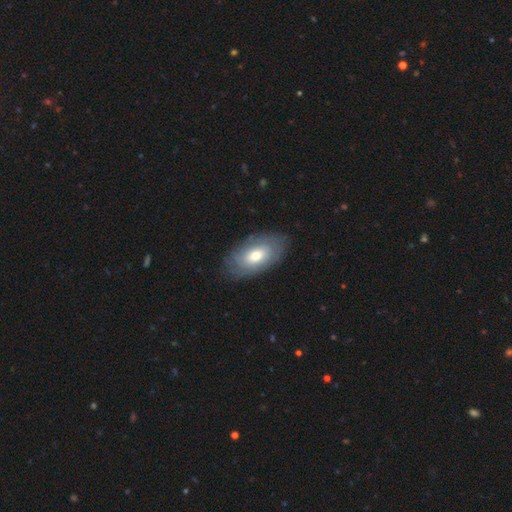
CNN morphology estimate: The model was most divided on "smooth or featured": smooth: 51%, featured or disk: 43%, star or artifact: 7%. More confident: how rounded — in between (92%); merging — none (81%).